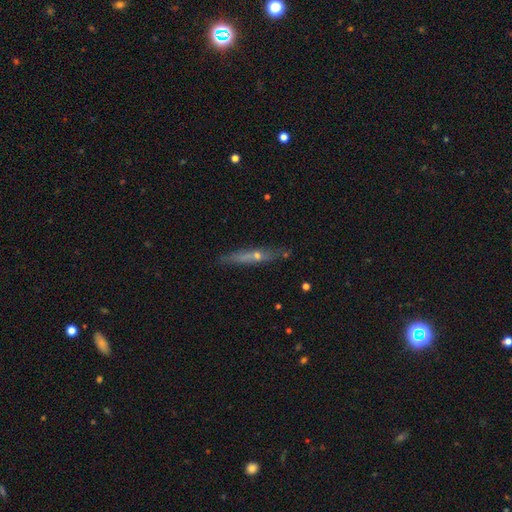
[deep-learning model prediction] A featured or disk galaxy (56%) viewed edge-on (90%) with a rounded central bulge (67%).

Vote fractions:
- Smooth or featured? featured or disk: 56% / smooth: 35% / star or artifact: 9%
- Edge-on disk? yes: 90% / no: 10%
- Edge-on bulge? rounded: 67% / none: 30% / boxy: 4%
- Merging? none: 81% / minor disturbance: 14% / major disturbance: 3% / merger: 2%